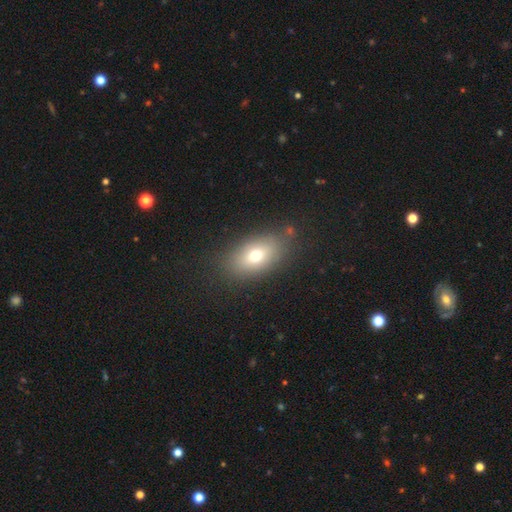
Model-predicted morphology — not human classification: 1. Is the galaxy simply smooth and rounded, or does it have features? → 70% smooth, 18% featured or disk, 12% star or artifact.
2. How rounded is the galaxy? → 85% in between, 11% round, 4% cigar-shaped.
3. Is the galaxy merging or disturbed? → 81% none, 12% minor disturbance, 5% major disturbance, 2% merger.